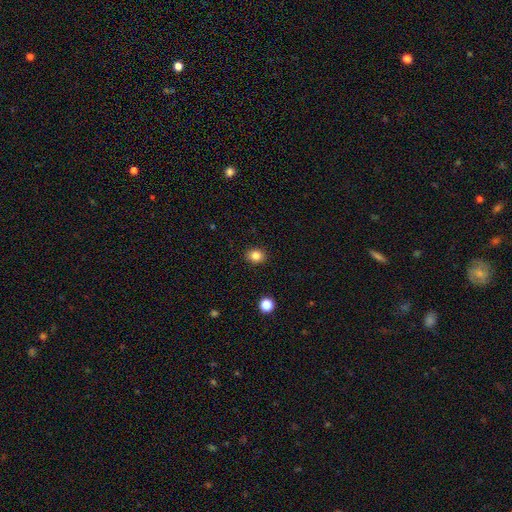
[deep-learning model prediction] smooth-or-featured: smooth: 83% | star or artifact: 11% | featured or disk: 6%
  how-rounded: round: 61% | in between: 38% | cigar-shaped: 1%
  merging: none: 90% | minor disturbance: 7% | major disturbance: 2% | merger: 1%